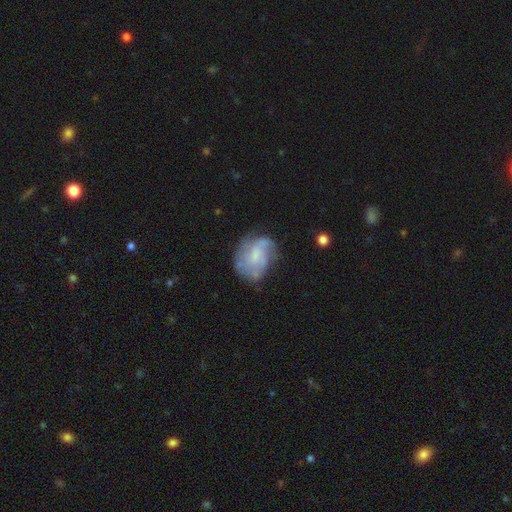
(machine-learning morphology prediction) featured or disk 65%, smooth 27%, star or artifact 8%. Down the decision tree: edge-on disk — no (98%); bar — no (59%); spiral arms — yes (83%); spiral arm count — can't tell (32%); spiral winding — medium (44%); bulge size — small (48%); merging — none (57%).